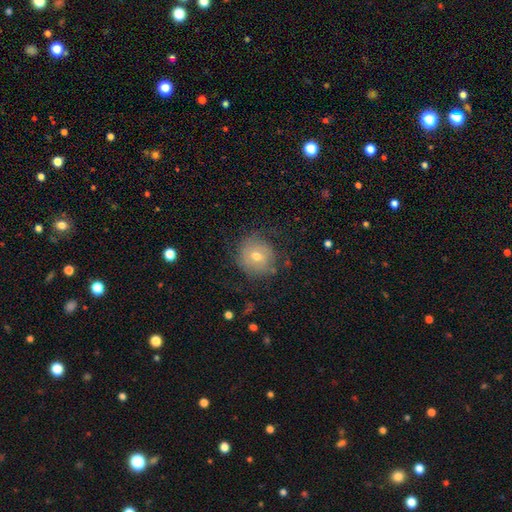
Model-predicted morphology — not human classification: Smooth or featured: smooth — 48% (featured or disk — 40%)
Merging: none — 71% (minor disturbance — 18%)